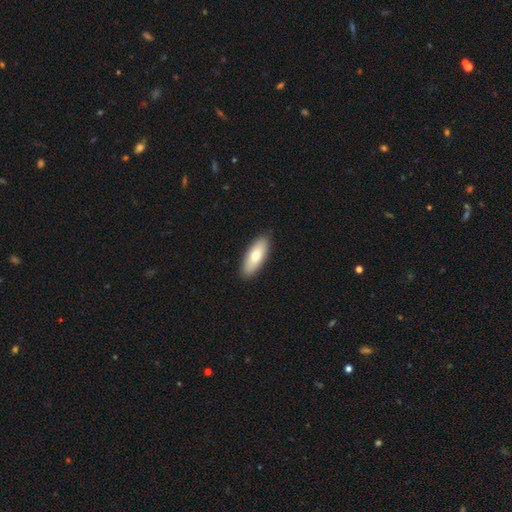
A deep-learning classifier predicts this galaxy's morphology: This is likely a smooth galaxy (73%). How rounded: likely in between (74%). Merging: clearly none (90%).